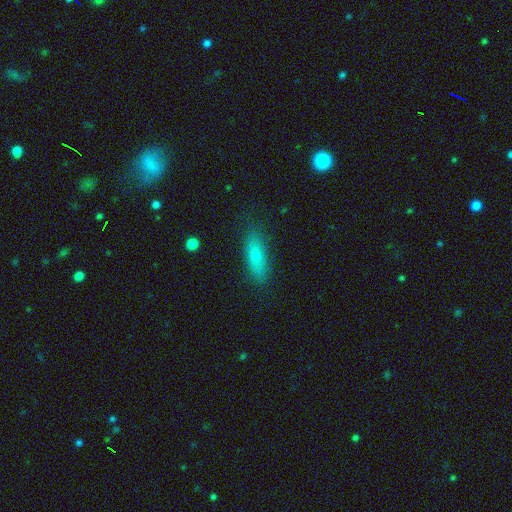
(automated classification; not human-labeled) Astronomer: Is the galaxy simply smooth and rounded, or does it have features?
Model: smooth — 74%.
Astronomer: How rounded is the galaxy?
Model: cigar-shaped — 50% (runner-up: in between, 47%).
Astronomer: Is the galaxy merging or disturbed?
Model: none — 83%.